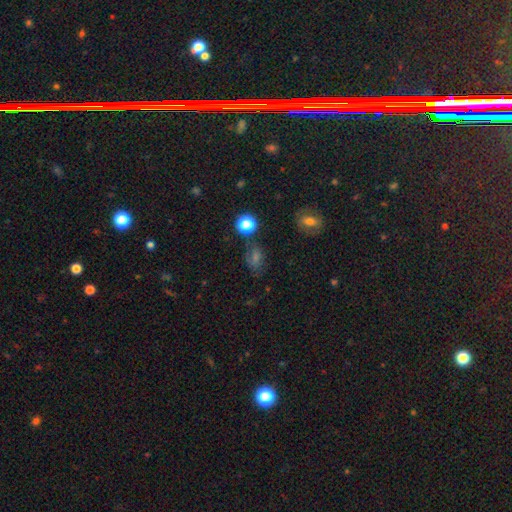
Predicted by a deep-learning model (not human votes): Q: Smooth or featured?
A: smooth (49%); runner-up: star or artifact (32%)
Q: Merging?
A: none (71%); runner-up: minor disturbance (16%)